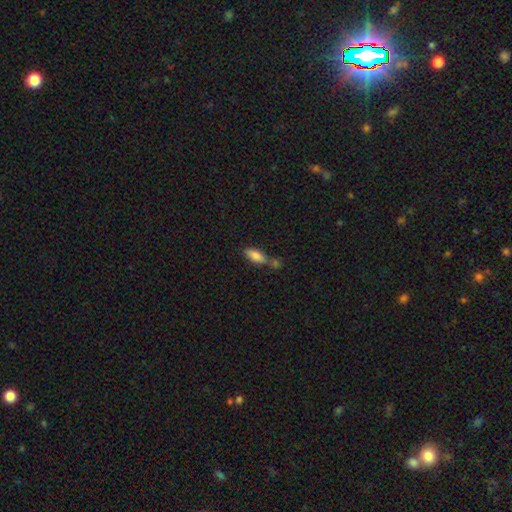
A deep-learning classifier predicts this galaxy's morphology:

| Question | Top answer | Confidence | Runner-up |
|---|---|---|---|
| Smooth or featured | smooth | 82% | featured or disk (10%) |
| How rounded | in between | 76% | cigar-shaped (22%) |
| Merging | none | 43% | merger (36%) |